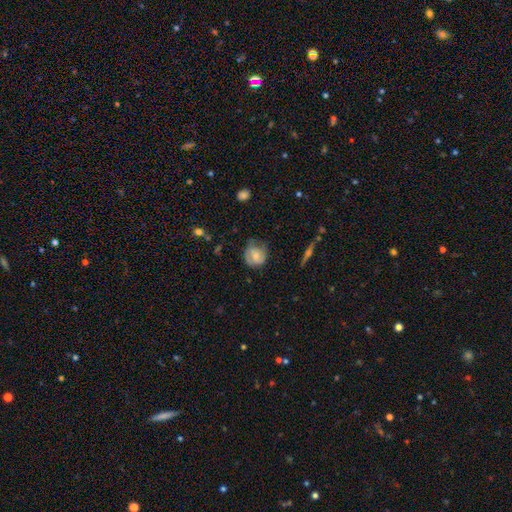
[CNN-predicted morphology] This is possibly a smooth galaxy (51%). How rounded: likely round (76%). Merging: possibly none (56%).